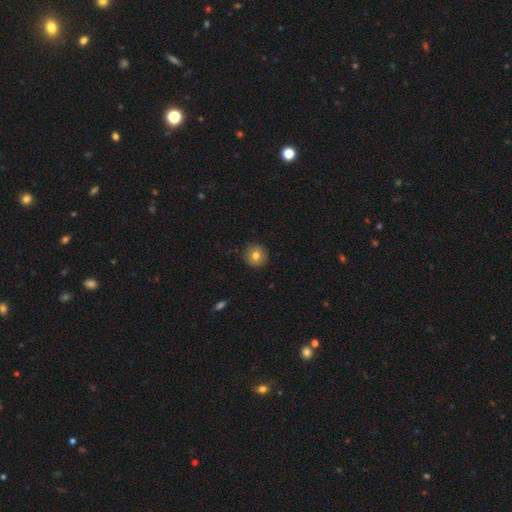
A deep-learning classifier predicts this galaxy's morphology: A smooth galaxy with no disk features (79%) that is round (93%).

Vote fractions:
- Smooth or featured? smooth: 79% / featured or disk: 12% / star or artifact: 9%
- How rounded? round: 93% / in between: 6% / cigar-shaped: 1%
- Merging? none: 90% / minor disturbance: 8% / major disturbance: 2% / merger: 1%